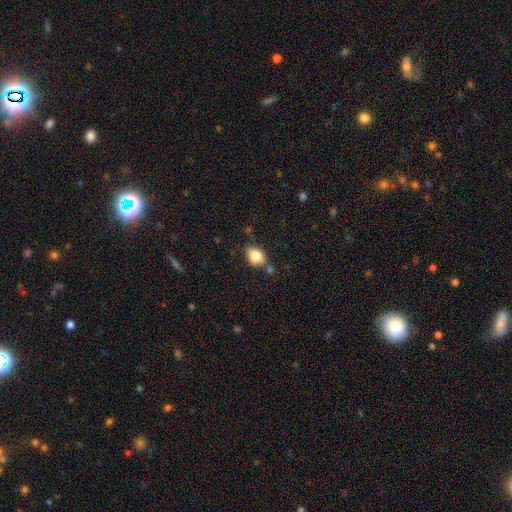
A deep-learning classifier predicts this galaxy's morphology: This appears to be a smooth galaxy with no disk features (82%) that is in between round and cigar-shaped (63%). Merging: none (72%).